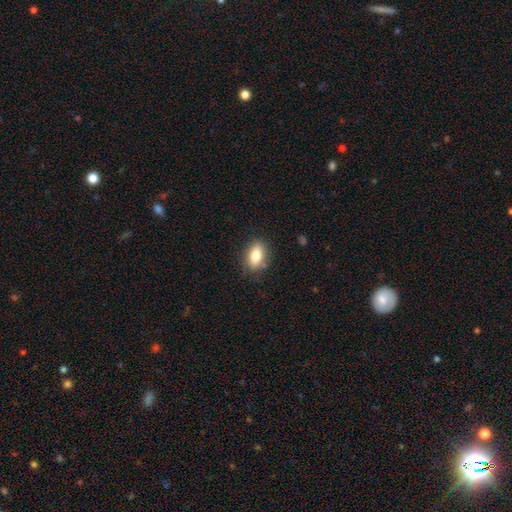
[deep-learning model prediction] Overall: smooth (79%). How rounded: in between (85%). Merging: none (82%).